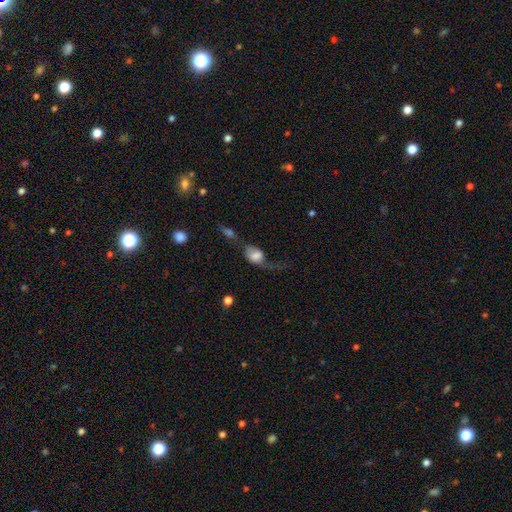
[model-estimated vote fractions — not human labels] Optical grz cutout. It shows a smooth galaxy with no disk features (55%) that is in between round and cigar-shaped (70%). Merging: major disturbance (38%).